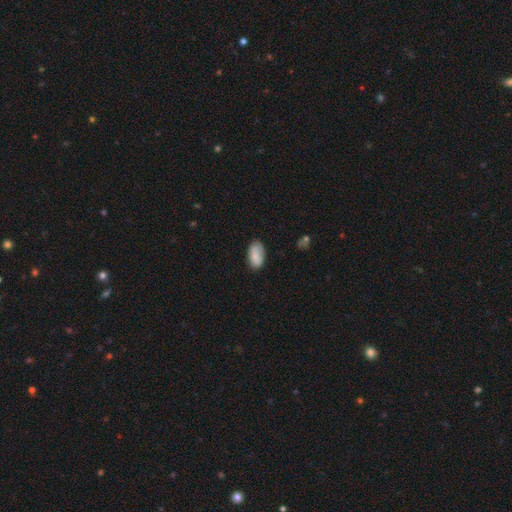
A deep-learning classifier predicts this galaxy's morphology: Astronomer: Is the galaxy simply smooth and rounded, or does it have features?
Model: smooth — 81%.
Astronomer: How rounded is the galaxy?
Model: in between — 94%.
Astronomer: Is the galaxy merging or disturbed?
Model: none — 77%.